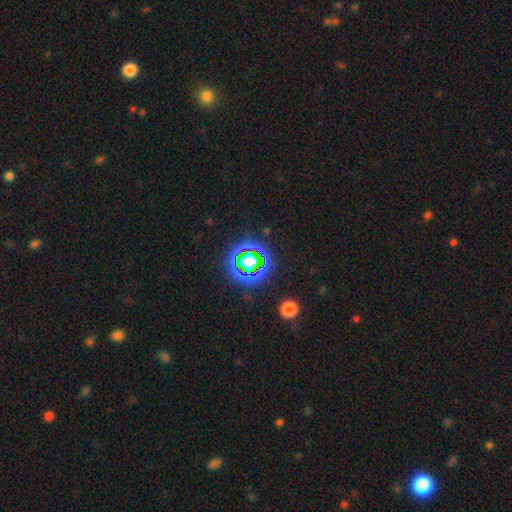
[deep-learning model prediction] Smooth or featured? Predicted: star or artifact (p=0.78).